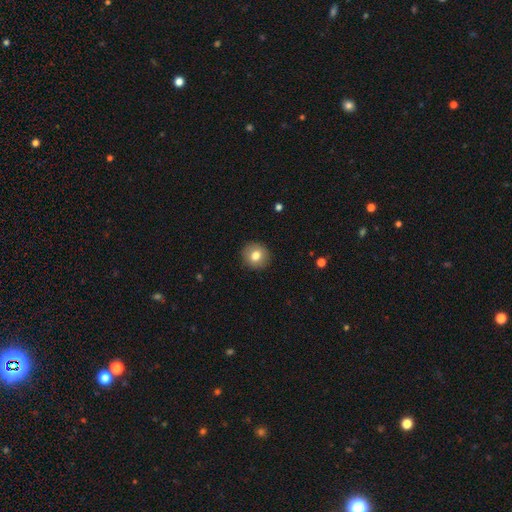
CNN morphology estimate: smooth_or_featured: smooth (p=0.80) [alt: featured or disk p=0.11]
how_rounded: round (p=0.92) [alt: in between p=0.07]
merging: none (p=0.92) [alt: minor disturbance p=0.06]